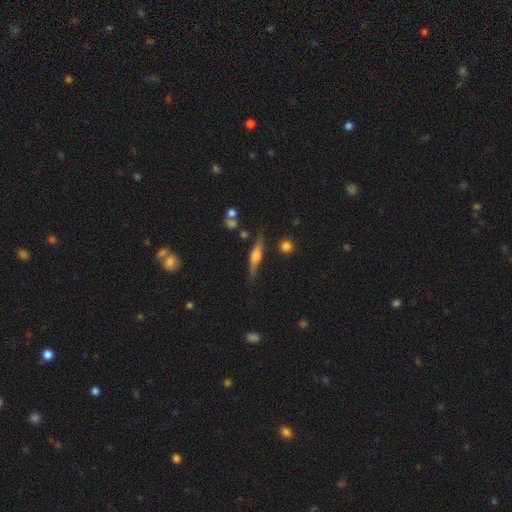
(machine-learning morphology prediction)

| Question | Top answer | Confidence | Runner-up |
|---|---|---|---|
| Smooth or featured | featured or disk | 65% | smooth (27%) |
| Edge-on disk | yes | 95% | no (5%) |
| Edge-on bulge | rounded | 77% | boxy (18%) |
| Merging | none | 80% | minor disturbance (13%) |